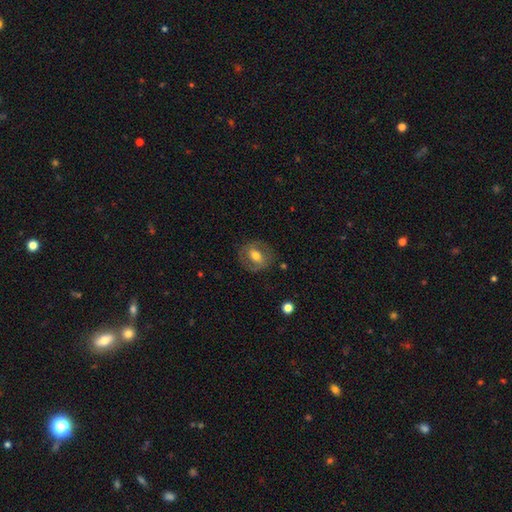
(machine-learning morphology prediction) A smooth galaxy with no disk features (48%).

Vote fractions:
- Smooth or featured? smooth: 48% / featured or disk: 45% / star or artifact: 7%
- Merging? none: 76% / minor disturbance: 15% / major disturbance: 7% / merger: 1%